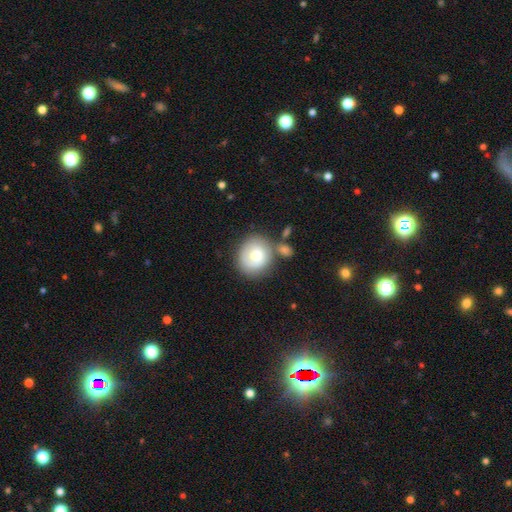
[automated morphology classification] Smooth or featured? Predicted: smooth (p=0.67). How rounded? Predicted: round (p=0.83). Merging? Predicted: none (p=0.61).